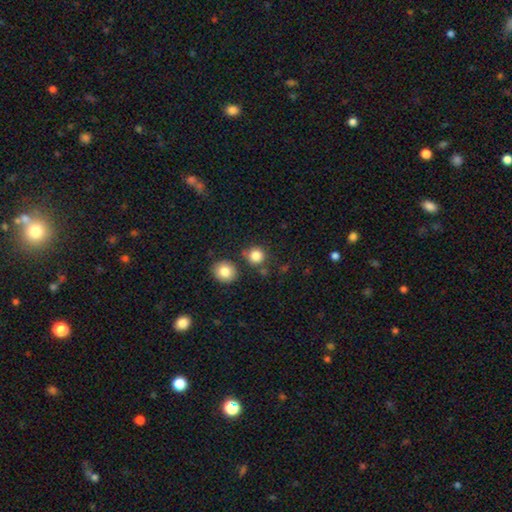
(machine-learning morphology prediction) Overall: smooth (84%). How rounded: round (91%). Merging: none (78%).